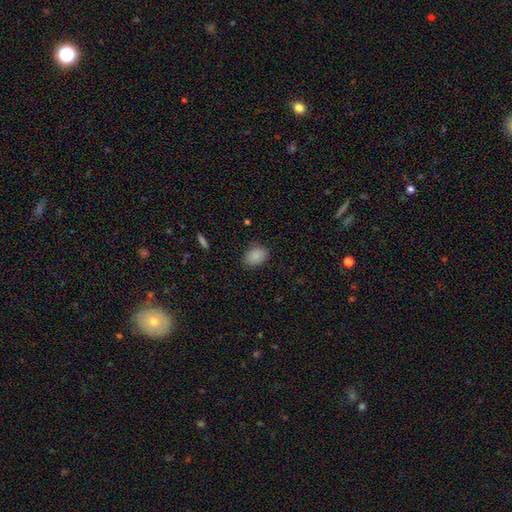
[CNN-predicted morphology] A smooth galaxy with no disk features (88%) that is in between round and cigar-shaped (73%). Merging: none (81%).